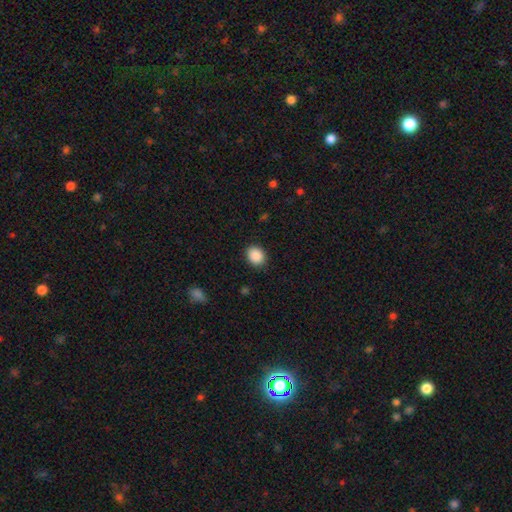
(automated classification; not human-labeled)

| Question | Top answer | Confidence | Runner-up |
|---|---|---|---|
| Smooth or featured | smooth | 89% | star or artifact (8%) |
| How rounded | round | 59% | in between (40%) |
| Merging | none | 89% | minor disturbance (8%) |